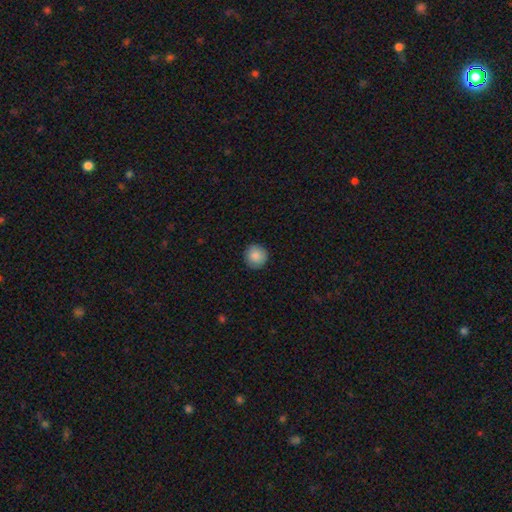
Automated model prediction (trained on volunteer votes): Smooth or featured?
  - smooth: 87% *
  - star or artifact: 8%
  - featured or disk: 5%
How rounded?
  - round: 94% *
  - in between: 5%
  - cigar-shaped: 1%
Merging?
  - none: 91% *
  - minor disturbance: 7%
  - major disturbance: 2%
  - merger: 1%